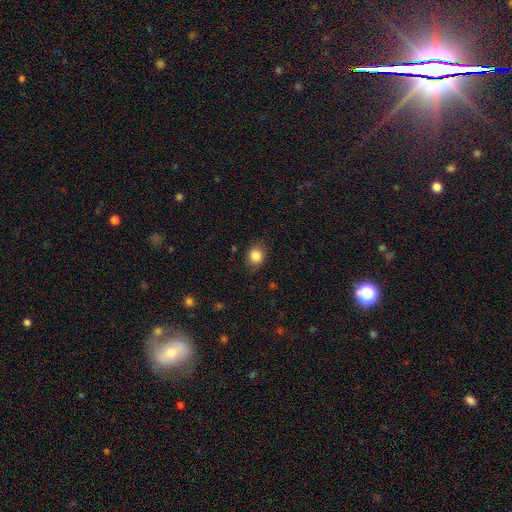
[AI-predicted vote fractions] Smooth or featured: smooth — 85% (star or artifact — 10%)
How rounded: round — 71% (in between — 28%)
Merging: none — 82% (minor disturbance — 13%)